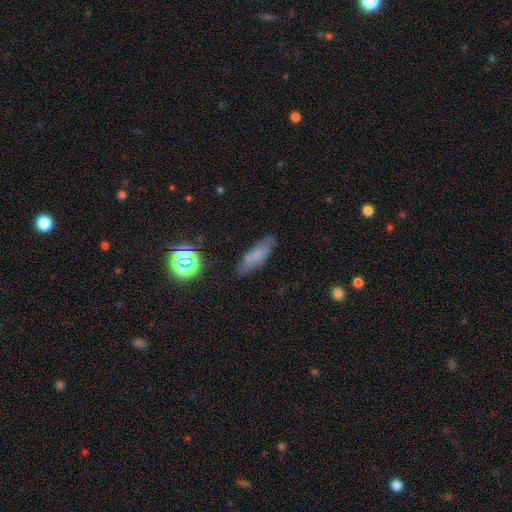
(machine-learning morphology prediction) Overall: smooth (67%). How rounded: cigar-shaped (51%; in between 46%). Merging: none (78%).